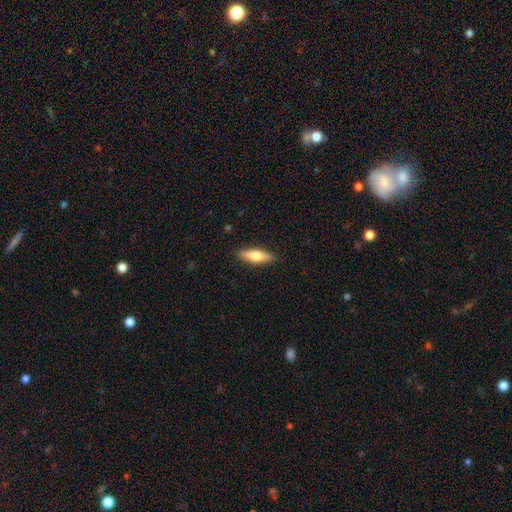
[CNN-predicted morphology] smooth_or_featured: smooth (p=0.63) [alt: featured or disk p=0.31]
how_rounded: cigar-shaped (p=0.60) [alt: in between p=0.38]
merging: none (p=0.89) [alt: minor disturbance p=0.08]